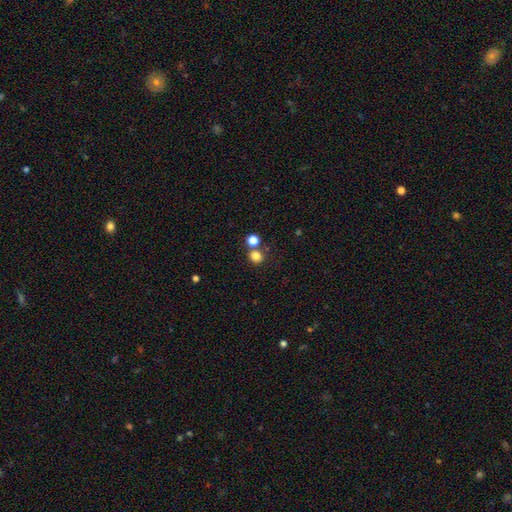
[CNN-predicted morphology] The model was most divided on "merging": none: 68%, merger: 21%, minor disturbance: 7%, major disturbance: 3%. More confident: how rounded — round (87%); smooth or featured — smooth (80%).